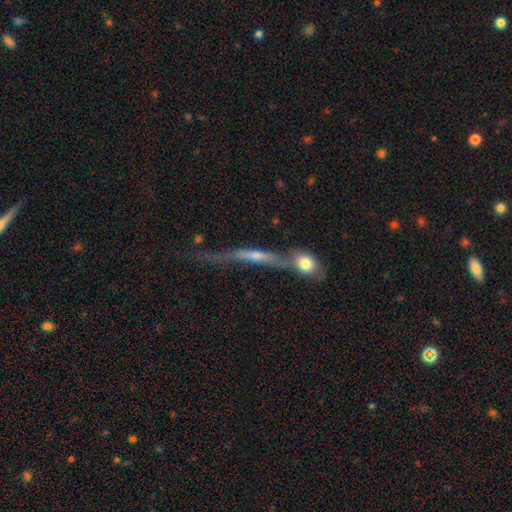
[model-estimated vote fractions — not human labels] featured or disk 64%, smooth 21%, star or artifact 15%. Down the decision tree: edge-on disk — yes (84%); edge-on bulge — rounded (63%); merging — none (46%).